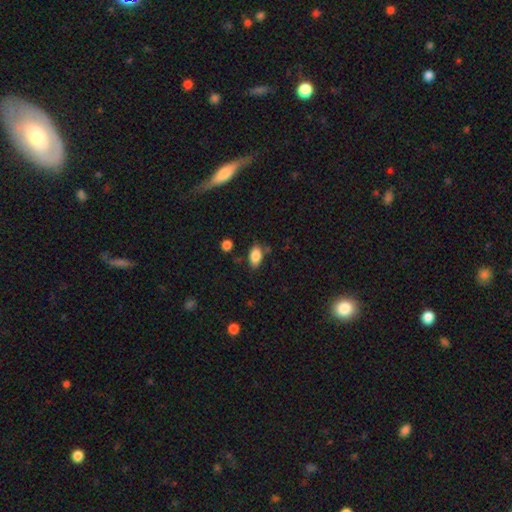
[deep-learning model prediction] A smooth galaxy with no disk features (86%) that is in between round and cigar-shaped (90%). Merging: none (77%).